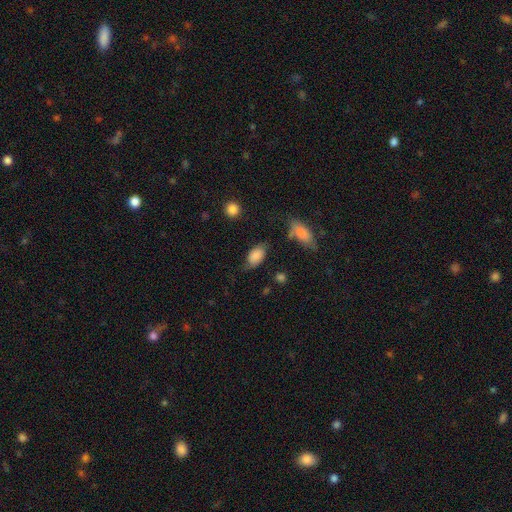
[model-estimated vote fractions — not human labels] Smooth or featured? Predicted: smooth (p=0.77). How rounded? Predicted: in between (p=0.92). Merging? Predicted: none (p=0.58).